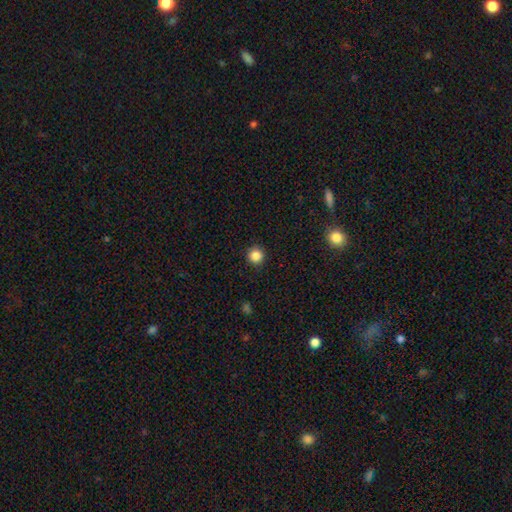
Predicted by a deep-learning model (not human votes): This appears to be a smooth galaxy with no disk features (85%) that is round (95%). Merging: none (92%).